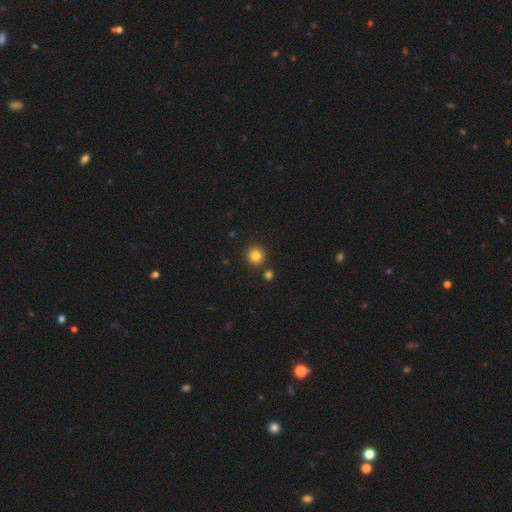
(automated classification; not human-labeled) Smooth or featured?
  - smooth: 83% *
  - star or artifact: 12%
  - featured or disk: 5%
How rounded?
  - round: 93% *
  - in between: 6%
  - cigar-shaped: 1%
Merging?
  - none: 86% *
  - minor disturbance: 6%
  - merger: 6%
  - major disturbance: 2%